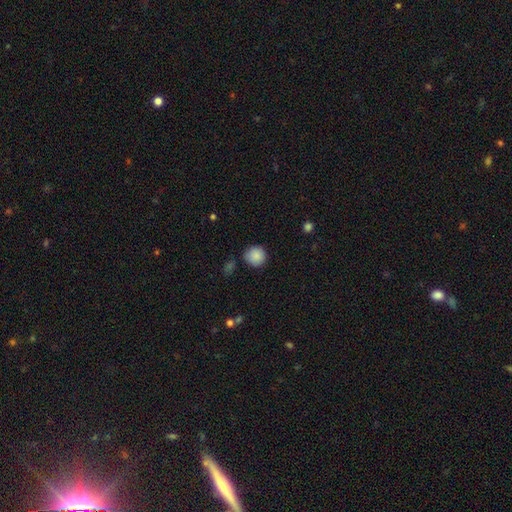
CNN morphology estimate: The model was most divided on "merging": none: 81%, minor disturbance: 13%, merger: 3%, major disturbance: 3%. More confident: how rounded — round (92%); smooth or featured — smooth (87%).